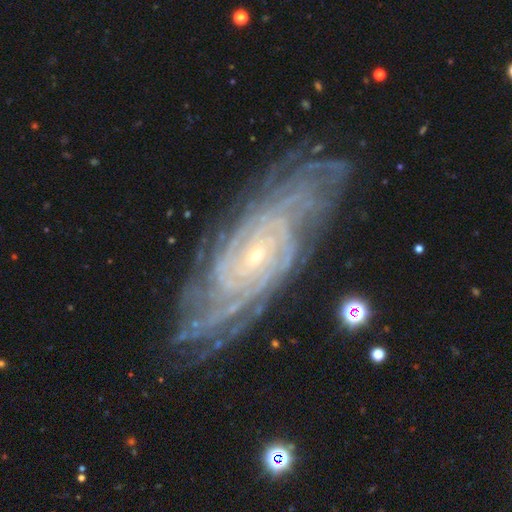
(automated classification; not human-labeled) This is clearly a featured or disk galaxy (91%). It is clearly not viewed edge-on (93%). Bar: likely no (67%). Spiral arm pattern: clearly yes (98%). Spiral arm count: marginally more than 4 (29%). Spiral winding: clearly tight (82%). Central bulge: clearly small (83%). Merging: likely none (80%).